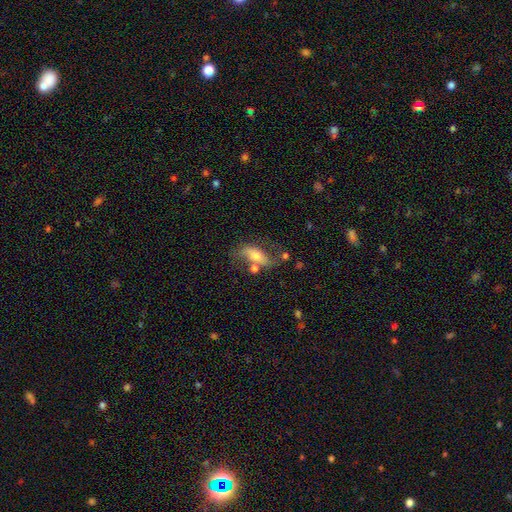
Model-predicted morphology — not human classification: smooth_or_featured: featured or disk (p=0.55) [alt: smooth p=0.36]
disk_edge_on: no (p=0.82) [alt: yes p=0.18]
merging: none (p=0.49) [alt: minor disturbance p=0.20]